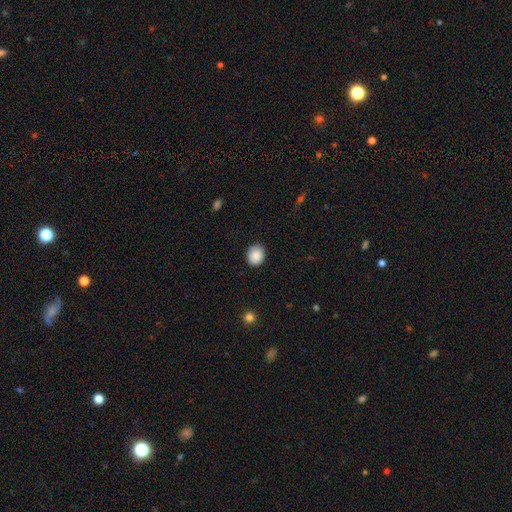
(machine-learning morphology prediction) This is clearly a smooth galaxy (89%). How rounded: possibly round (53%). Merging: clearly none (85%).